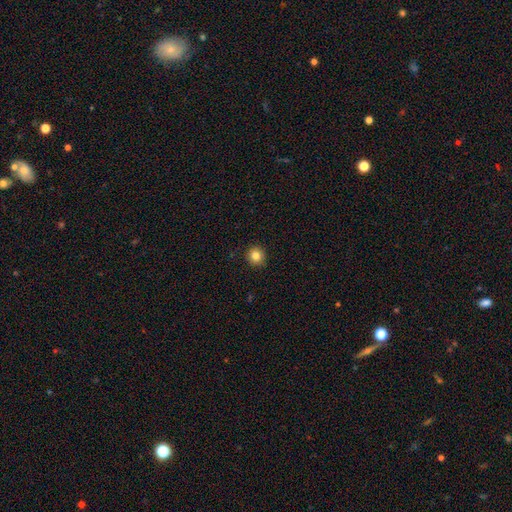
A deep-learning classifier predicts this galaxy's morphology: Q: Smooth or featured?
A: smooth (83%); runner-up: star or artifact (11%)
Q: How rounded?
A: round (94%); runner-up: in between (5%)
Q: Merging?
A: none (92%); runner-up: minor disturbance (6%)